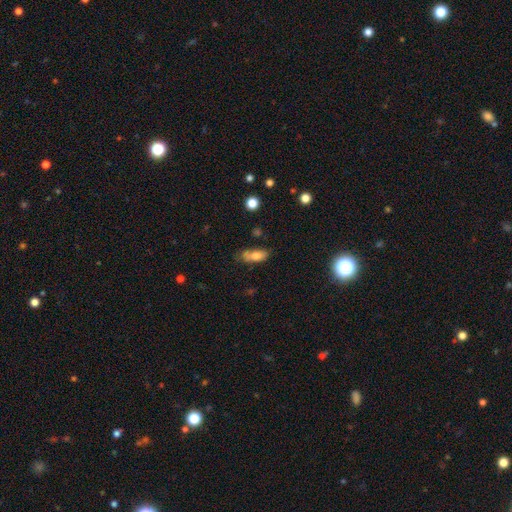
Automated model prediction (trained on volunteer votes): Smooth or featured: smooth — 76% (featured or disk — 15%)
How rounded: in between — 76% (cigar-shaped — 20%)
Merging: none — 48% (minor disturbance — 31%)